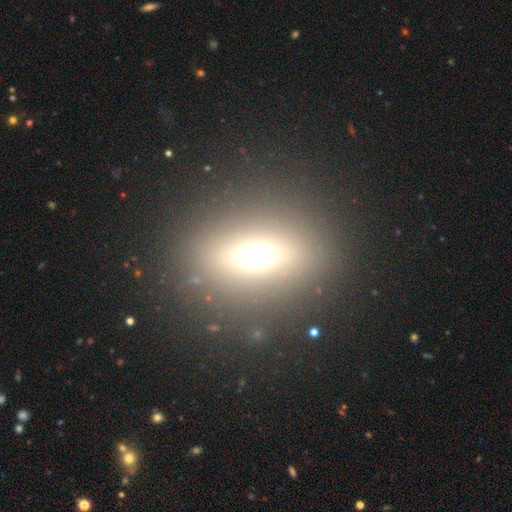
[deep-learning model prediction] Smooth or featured? Predicted: smooth (p=0.45). Merging? Predicted: none (p=0.85).